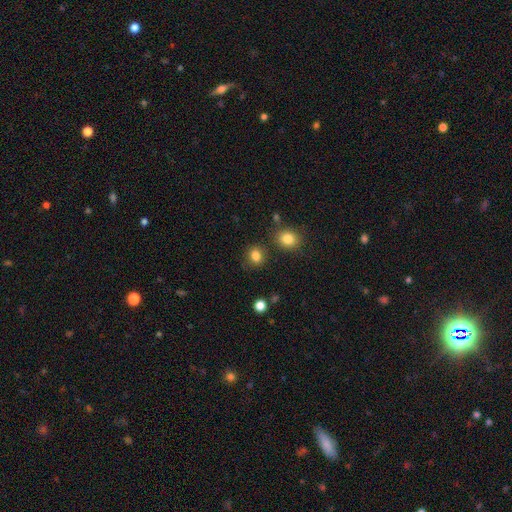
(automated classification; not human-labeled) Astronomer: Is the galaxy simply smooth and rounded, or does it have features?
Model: smooth — 83%.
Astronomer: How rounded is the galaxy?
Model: round — 74%.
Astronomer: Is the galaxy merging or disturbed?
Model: none — 83%.